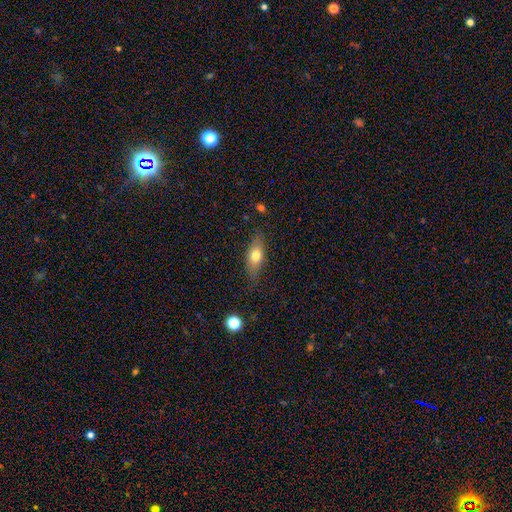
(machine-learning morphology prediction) This is likely a smooth galaxy (68%). How rounded: likely in between (70%). Merging: likely none (78%).